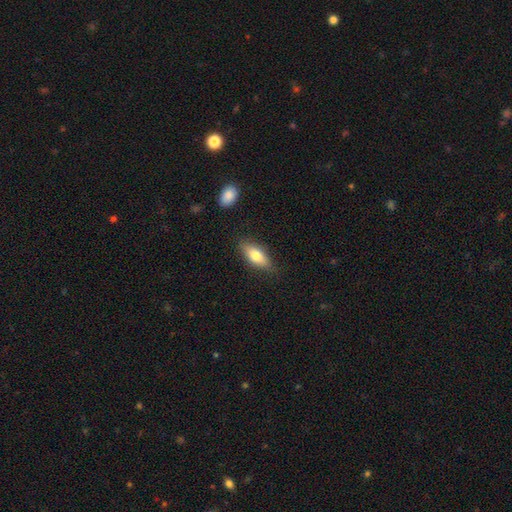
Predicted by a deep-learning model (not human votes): A smooth galaxy with no disk features (73%) that is in between round and cigar-shaped (75%). Merging: none (80%).